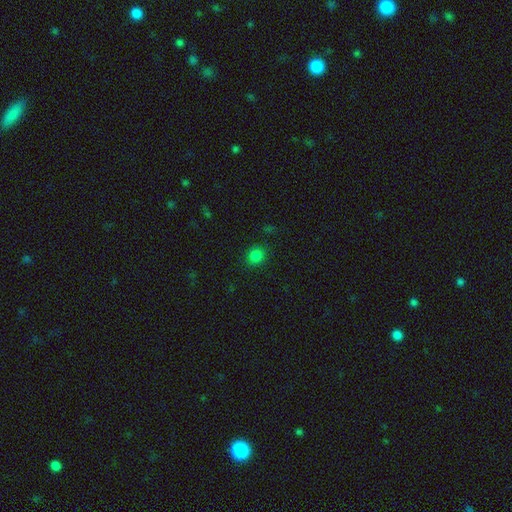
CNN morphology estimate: A smooth galaxy with no disk features (81%) that is round (76%). Merging: none (87%).